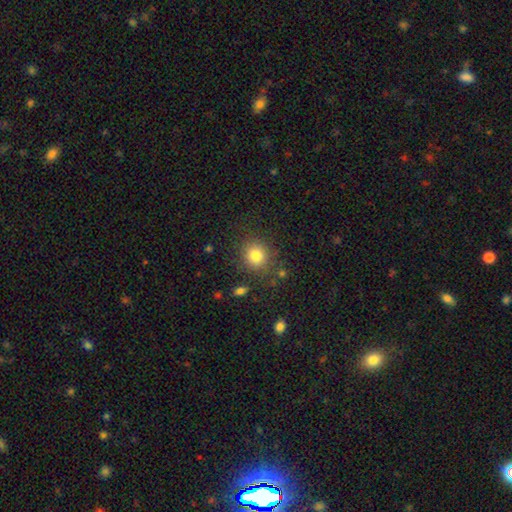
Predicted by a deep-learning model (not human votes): smooth-or-featured: smooth: 83% | star or artifact: 11% | featured or disk: 6%
  how-rounded: round: 83% | in between: 16% | cigar-shaped: 1%
  merging: none: 83% | minor disturbance: 10% | major disturbance: 4% | merger: 3%